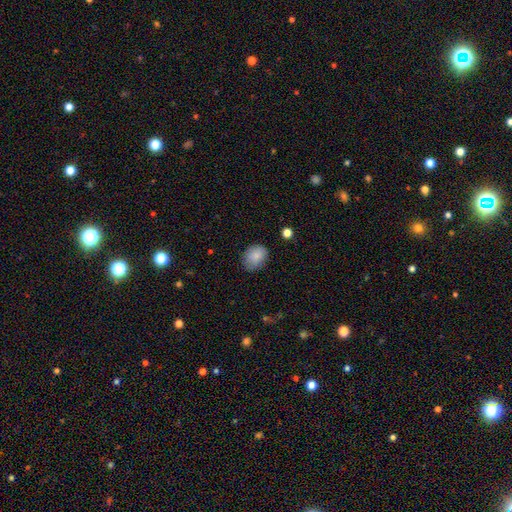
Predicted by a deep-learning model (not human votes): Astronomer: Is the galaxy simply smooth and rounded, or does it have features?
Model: smooth — 84%.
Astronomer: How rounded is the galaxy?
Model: in between — 60% (runner-up: round, 39%).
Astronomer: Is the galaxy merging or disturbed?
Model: none — 75%.